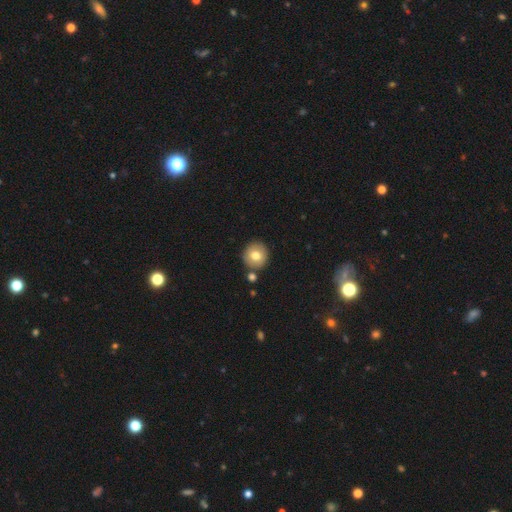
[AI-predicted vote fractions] A smooth galaxy with no disk features (76%) that is round (92%).

Vote fractions:
- Smooth or featured? smooth: 76% / featured or disk: 15% / star or artifact: 9%
- How rounded? round: 92% / in between: 7% / cigar-shaped: 1%
- Merging? none: 82% / merger: 8% / minor disturbance: 8% / major disturbance: 2%